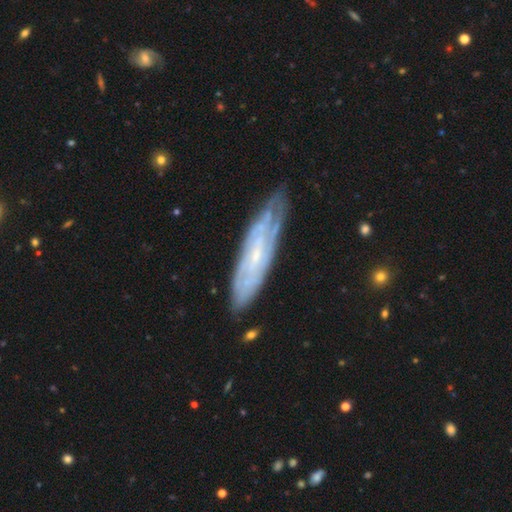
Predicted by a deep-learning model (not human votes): This is likely a featured or disk galaxy (74%). It is likely not viewed edge-on (72%). Bar: possibly no (59%). Spiral arm pattern: clearly yes (84%). Central bulge: likely small (77%). Merging: likely none (73%).